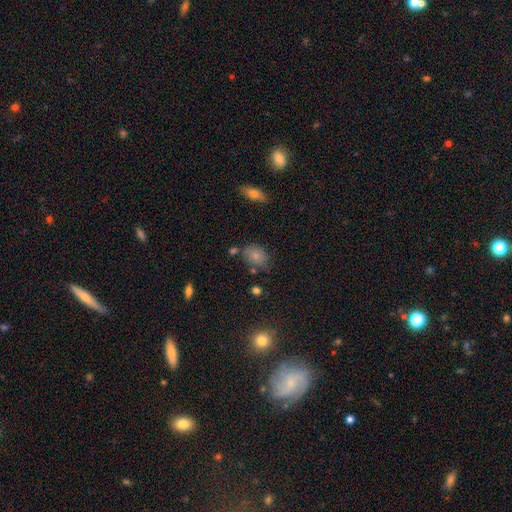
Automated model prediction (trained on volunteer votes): Q: Smooth or featured?
A: smooth (81%); runner-up: star or artifact (10%)
Q: How rounded?
A: in between (75%); runner-up: round (23%)
Q: Merging?
A: none (67%); runner-up: minor disturbance (20%)